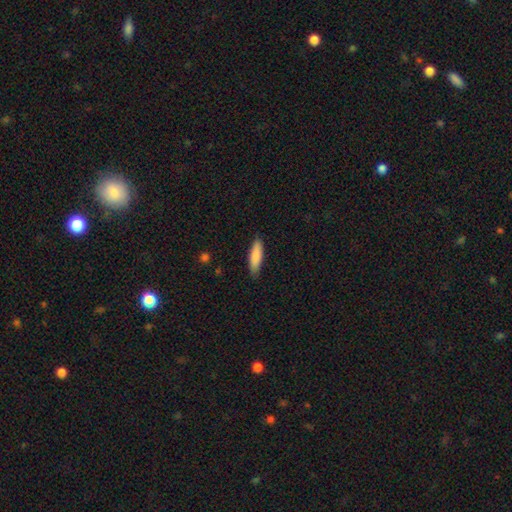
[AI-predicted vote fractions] Smooth or featured: smooth — 85% (featured or disk — 9%)
How rounded: cigar-shaped — 60% (in between — 38%)
Merging: none — 86% (minor disturbance — 11%)